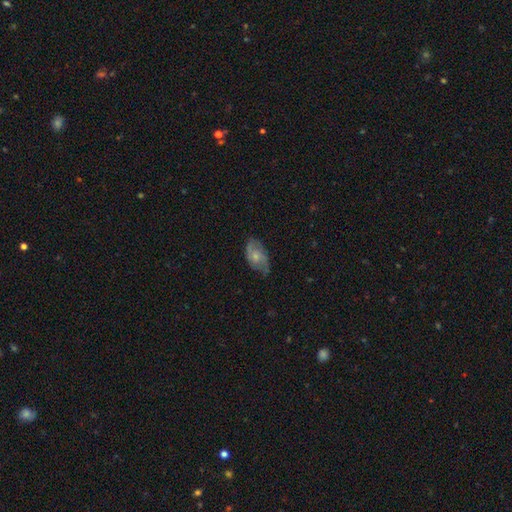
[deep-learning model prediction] smooth_or_featured: featured or disk (p=0.51) [alt: smooth p=0.42]
disk_edge_on: no (p=0.94) [alt: yes p=0.06]
merging: none (p=0.62) [alt: minor disturbance p=0.28]